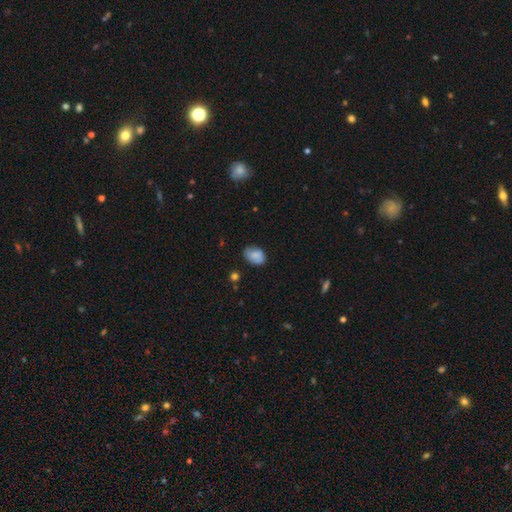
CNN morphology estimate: Smooth or featured: smooth — 78% (featured or disk — 13%)
How rounded: in between — 76% (round — 23%)
Merging: none — 71% (minor disturbance — 23%)